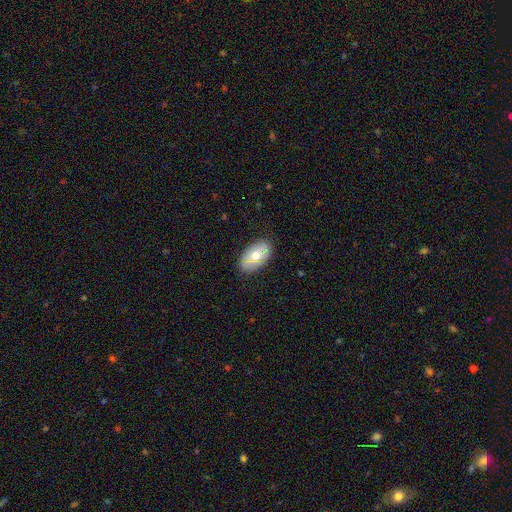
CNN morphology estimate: type=smooth (62%); roundness=in between (92%); merging=none (79%).